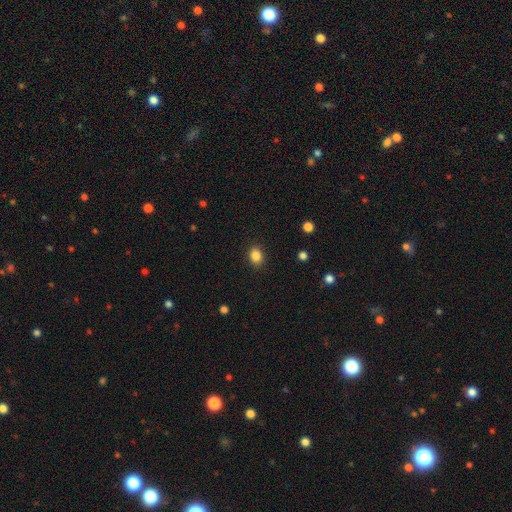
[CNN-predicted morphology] Smooth or featured? smooth (86%)
How rounded? in between (54%)
Merging? none (89%)